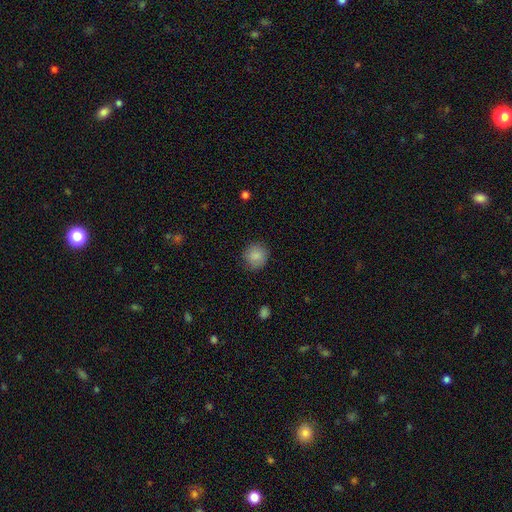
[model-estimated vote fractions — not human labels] Morphology: type=smooth (87%); roundness=round (89%); merging=none (85%).